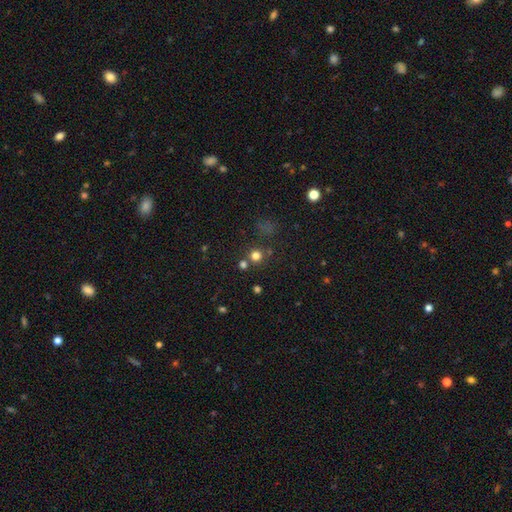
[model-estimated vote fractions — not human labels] A smooth galaxy with no disk features (72%) that is round (92%).

Vote fractions:
- Smooth or featured? smooth: 72% / star or artifact: 21% / featured or disk: 7%
- How rounded? round: 92% / in between: 7% / cigar-shaped: 1%
- Merging? none: 75% / merger: 15% / minor disturbance: 7% / major disturbance: 4%